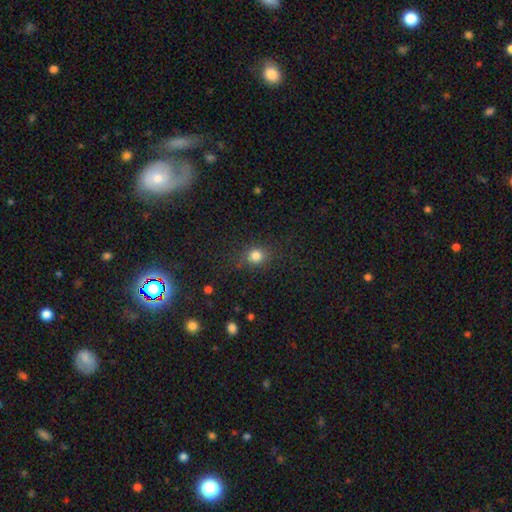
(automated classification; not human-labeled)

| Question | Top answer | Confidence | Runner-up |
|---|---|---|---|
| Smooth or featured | smooth | 81% | star or artifact (13%) |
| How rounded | round | 78% | in between (20%) |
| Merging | none | 81% | minor disturbance (12%) |